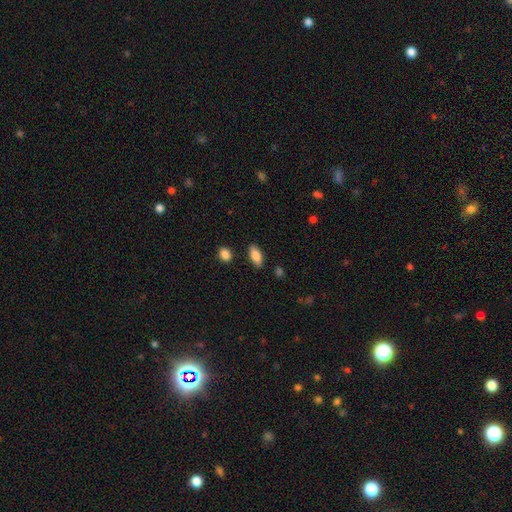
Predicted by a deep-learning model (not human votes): A smooth galaxy with no disk features (83%) that is in between round and cigar-shaped (87%).

Vote fractions:
- Smooth or featured? smooth: 83% / featured or disk: 10% / star or artifact: 7%
- How rounded? in between: 87% / cigar-shaped: 10% / round: 3%
- Merging? none: 86% / minor disturbance: 10% / merger: 2% / major disturbance: 2%